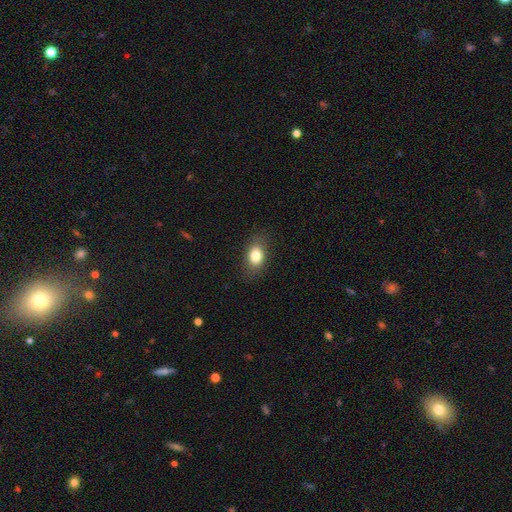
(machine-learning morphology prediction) type=smooth (80%); roundness=in between (75%); merging=none (81%).